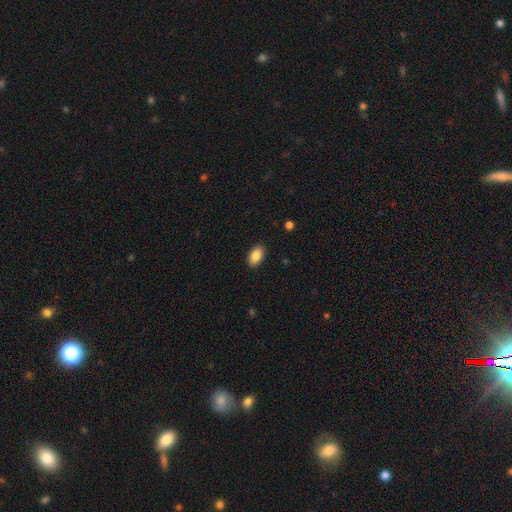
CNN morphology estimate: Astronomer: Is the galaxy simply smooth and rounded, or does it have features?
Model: smooth — 87%.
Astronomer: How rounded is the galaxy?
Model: in between — 92%.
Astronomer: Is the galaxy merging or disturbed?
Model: none — 89%.